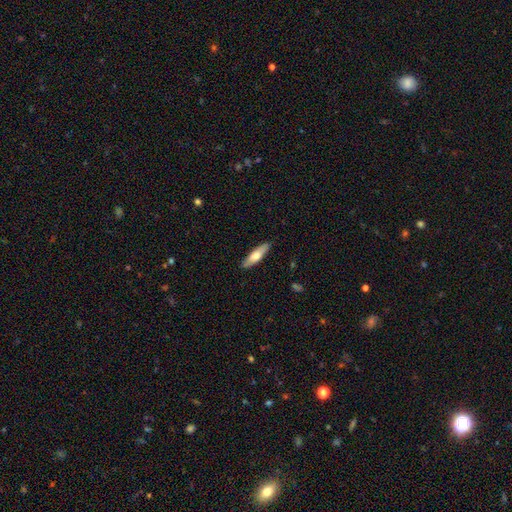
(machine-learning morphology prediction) Smooth or featured? Predicted: smooth (p=0.60). How rounded? Predicted: cigar-shaped (p=0.65). Merging? Predicted: none (p=0.89).